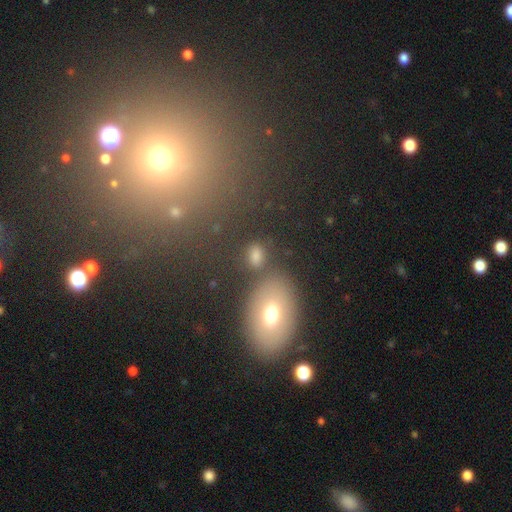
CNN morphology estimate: Smooth or featured?
  - smooth: 70% *
  - star or artifact: 15%
  - featured or disk: 14%
How rounded?
  - in between: 71% *
  - round: 26%
  - cigar-shaped: 2%
Merging?
  - none: 70% *
  - merger: 13%
  - minor disturbance: 11%
  - major disturbance: 5%